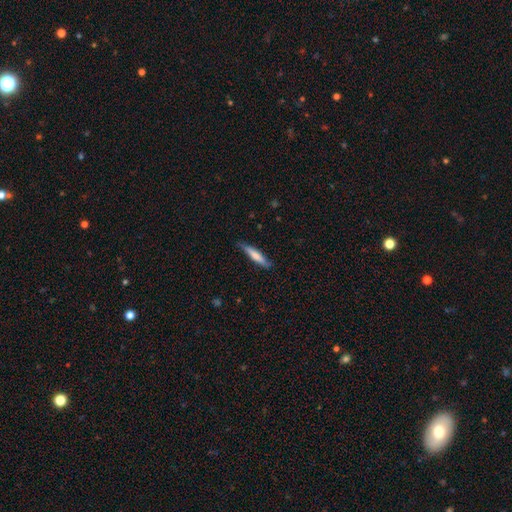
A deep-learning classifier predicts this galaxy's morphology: A smooth galaxy with no disk features (69%) that is cigar-shaped (87%). Merging: none (78%).